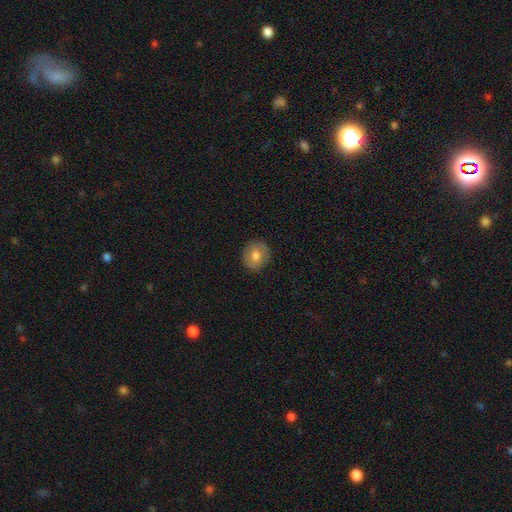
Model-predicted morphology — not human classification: Smooth or featured? smooth (67%)
How rounded? round (81%)
Merging? none (88%)